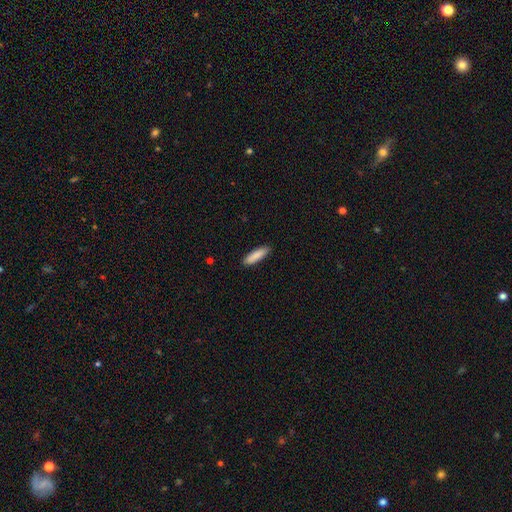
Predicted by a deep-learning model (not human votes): This is clearly a smooth galaxy (87%). How rounded: likely cigar-shaped (67%). Merging: clearly none (89%).